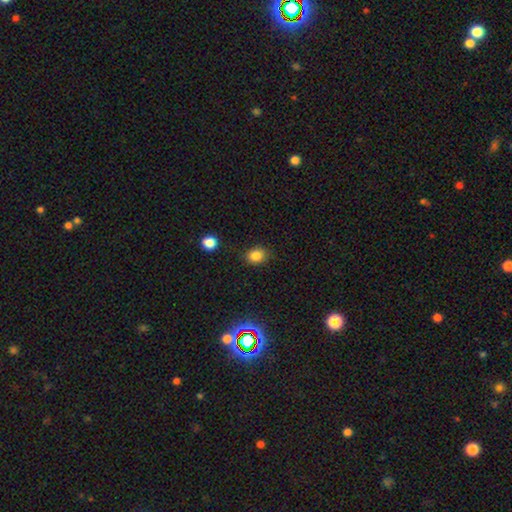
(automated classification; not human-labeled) A smooth galaxy with no disk features (83%) that is round (53%). Merging: none (82%).